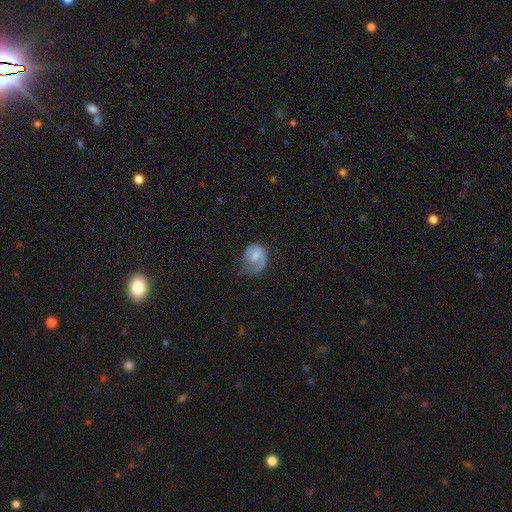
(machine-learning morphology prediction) smooth_or_featured: featured or disk (p=0.51) [alt: smooth p=0.42]
disk_edge_on: no (p=0.97) [alt: yes p=0.03]
merging: none (p=0.38) [alt: minor disturbance p=0.30]